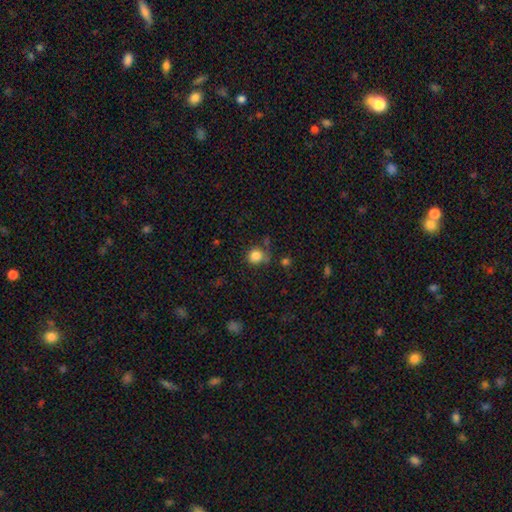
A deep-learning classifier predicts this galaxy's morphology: Smooth or featured: smooth — 83% (star or artifact — 12%)
How rounded: round — 86% (in between — 13%)
Merging: none — 69% (minor disturbance — 18%)